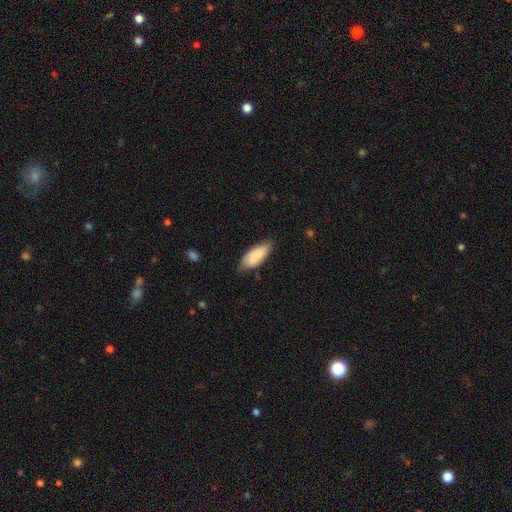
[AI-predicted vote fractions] Smooth or featured?
  - smooth: 86% *
  - featured or disk: 9%
  - star or artifact: 6%
How rounded?
  - in between: 81% *
  - cigar-shaped: 18%
  - round: 2%
Merging?
  - none: 70% *
  - minor disturbance: 25%
  - major disturbance: 4%
  - merger: 1%